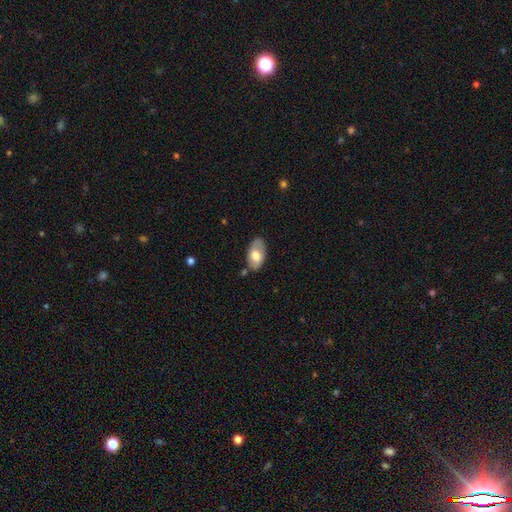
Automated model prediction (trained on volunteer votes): A smooth galaxy with no disk features (64%) that is in between round and cigar-shaped (94%).

Vote fractions:
- Smooth or featured? smooth: 64% / featured or disk: 30% / star or artifact: 6%
- How rounded? in between: 94% / round: 4% / cigar-shaped: 2%
- Merging? none: 72% / minor disturbance: 20% / major disturbance: 4% / merger: 4%